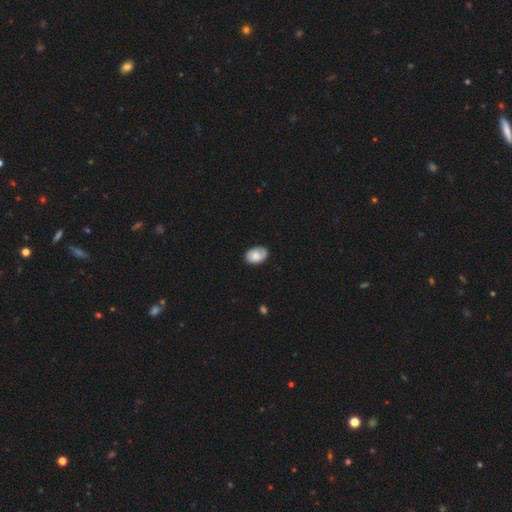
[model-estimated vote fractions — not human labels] smooth 71%, featured or disk 22%, star or artifact 7%. Down the decision tree: how rounded — in between (84%); merging — none (69%).